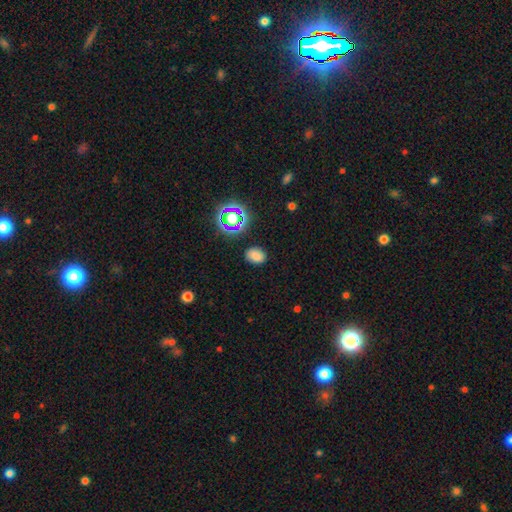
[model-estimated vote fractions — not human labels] A smooth galaxy with no disk features (76%) that is in between round and cigar-shaped (64%). Merging: none (84%).